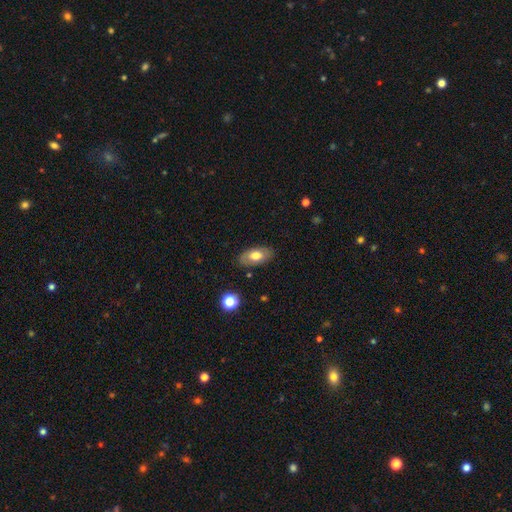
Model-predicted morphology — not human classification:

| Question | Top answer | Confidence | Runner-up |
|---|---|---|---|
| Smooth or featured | smooth | 66% | featured or disk (27%) |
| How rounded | in between | 92% | round (5%) |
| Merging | none | 82% | minor disturbance (13%) |